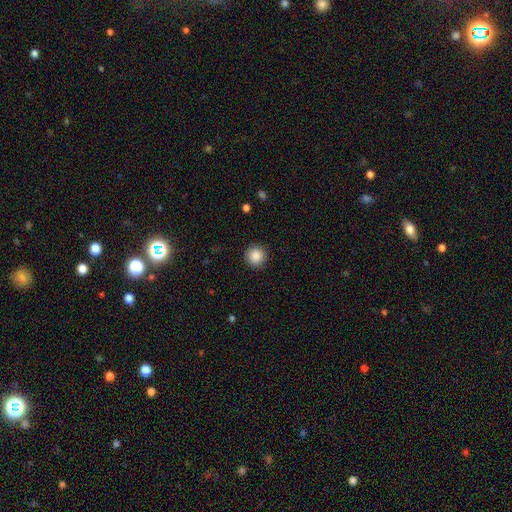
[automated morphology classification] Overall: smooth (88%). How rounded: round (95%). Merging: none (91%).